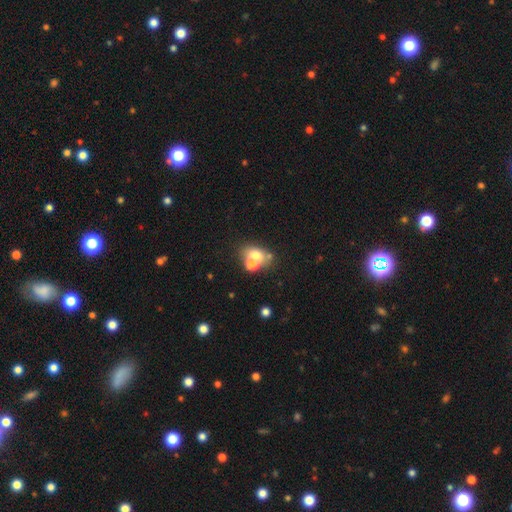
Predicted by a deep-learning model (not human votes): This is likely a smooth galaxy (63%). How rounded: possibly in between (59%). Merging: possibly merger (50%).